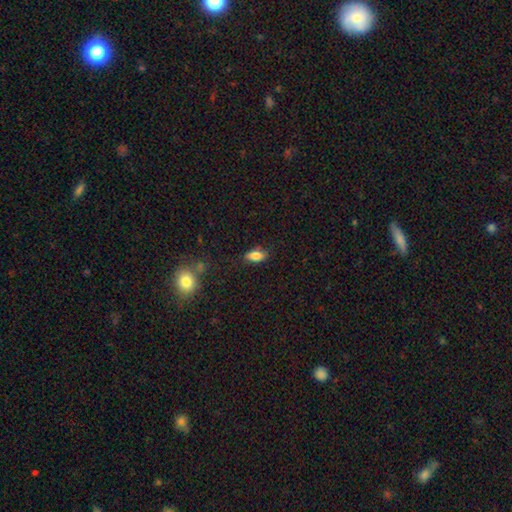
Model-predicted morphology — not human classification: smooth 81%, featured or disk 11%, star or artifact 9%. Down the decision tree: how rounded — in between (87%); merging — none (79%).